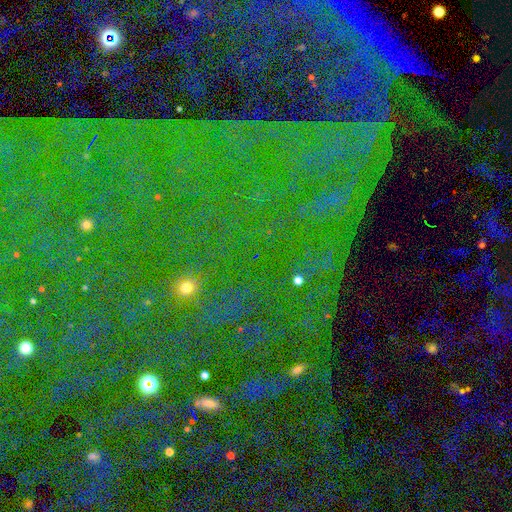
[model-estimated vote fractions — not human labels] A star or artifact, not a galaxy (84%).

Vote fractions:
- Smooth or featured? star or artifact: 84% / featured or disk: 8% / smooth: 7%